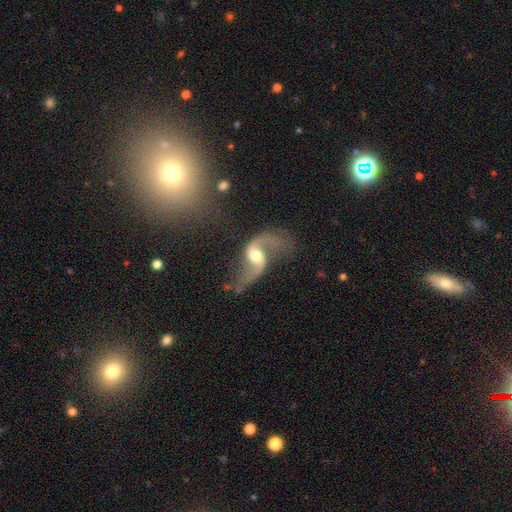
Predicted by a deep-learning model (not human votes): A featured or disk galaxy (89%) with a weak bar (44%), 2 (93%) loose (86%) spiral arms (96%) and a moderate central bulge (67%).

Vote fractions:
- Smooth or featured? featured or disk: 89% / smooth: 6% / star or artifact: 5%
- Edge-on disk? no: 97% / yes: 3%
- Bar? weak: 44% / no: 37% / strong: 19%
- Spiral arms? yes: 96% / no: 4%
- Spiral winding? loose: 86% / medium: 12% / tight: 3%
- Spiral arm count? 2: 93% / 1: 3% / can't tell: 2% / 3: 1% / 4: 1% / more than 4: 1%
- Bulge size? moderate: 67% / large: 15% / small: 14% / none: 2% / dominant: 2%
- Merging? none: 60% / major disturbance: 18% / minor disturbance: 18% / merger: 5%